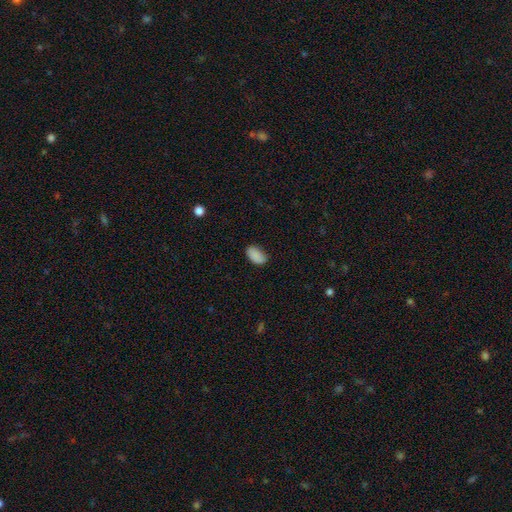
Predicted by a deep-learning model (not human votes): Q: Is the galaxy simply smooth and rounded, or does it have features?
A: smooth — 88%.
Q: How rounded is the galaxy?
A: in between — 93%.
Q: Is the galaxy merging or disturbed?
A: none — 78%.